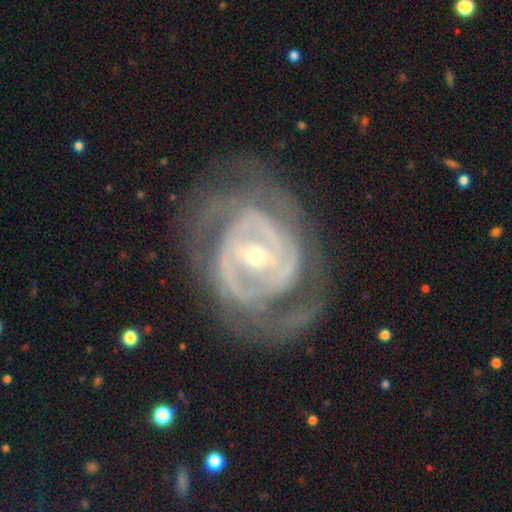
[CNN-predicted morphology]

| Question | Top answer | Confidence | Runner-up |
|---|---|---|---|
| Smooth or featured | featured or disk | 88% | smooth (7%) |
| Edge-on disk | no | 96% | yes (4%) |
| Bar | strong | 39% | weak (37%) |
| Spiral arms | yes | 88% | no (12%) |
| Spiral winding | tight | 59% | medium (33%) |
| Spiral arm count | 2 | 42% | can't tell (28%) |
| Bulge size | small | 74% | moderate (23%) |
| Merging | none | 64% | minor disturbance (19%) |